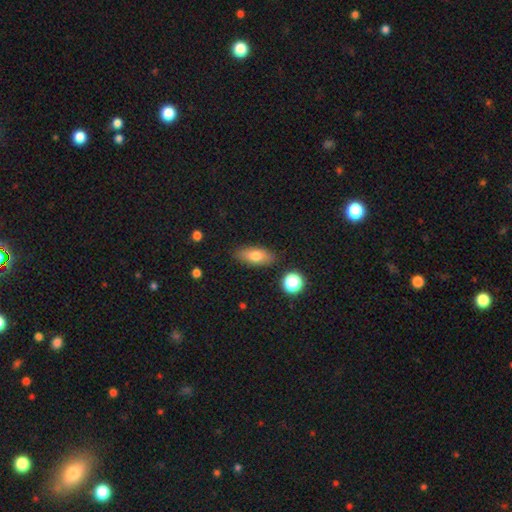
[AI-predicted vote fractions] Smooth or featured? Predicted: smooth (p=0.75). How rounded? Predicted: in between (p=0.76). Merging? Predicted: none (p=0.85).